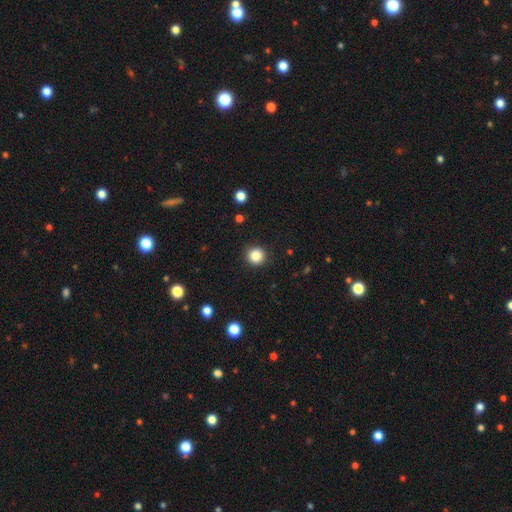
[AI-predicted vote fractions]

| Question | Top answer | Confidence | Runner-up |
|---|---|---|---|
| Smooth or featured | smooth | 85% | star or artifact (11%) |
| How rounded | round | 94% | in between (5%) |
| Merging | none | 91% | minor disturbance (6%) |